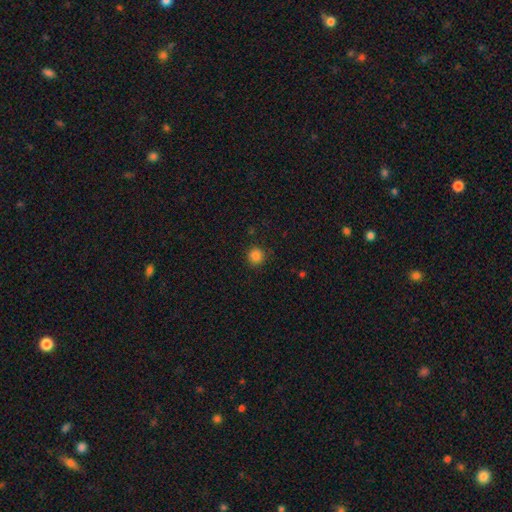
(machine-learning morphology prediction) smooth_or_featured: smooth (p=0.84) [alt: star or artifact p=0.12]
how_rounded: round (p=0.94) [alt: in between p=0.05]
merging: none (p=0.90) [alt: minor disturbance p=0.07]